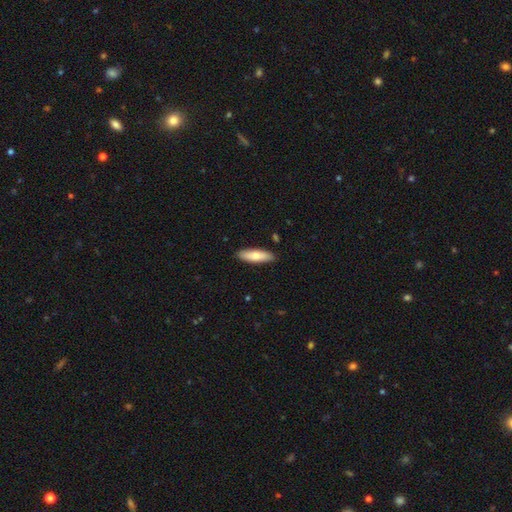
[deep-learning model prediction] Overall: smooth (71%). How rounded: cigar-shaped (54%; in between 44%). Merging: none (90%).